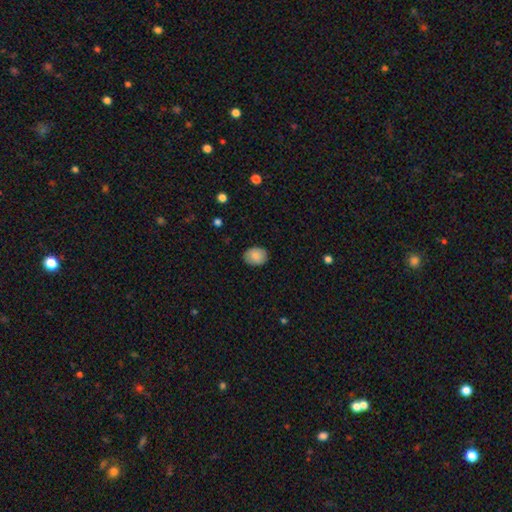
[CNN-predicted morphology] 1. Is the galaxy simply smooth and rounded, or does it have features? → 85% smooth, 8% featured or disk, 7% star or artifact.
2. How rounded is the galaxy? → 56% in between, 43% round, 1% cigar-shaped.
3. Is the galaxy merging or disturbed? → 86% none, 11% minor disturbance, 2% major disturbance, 1% merger.